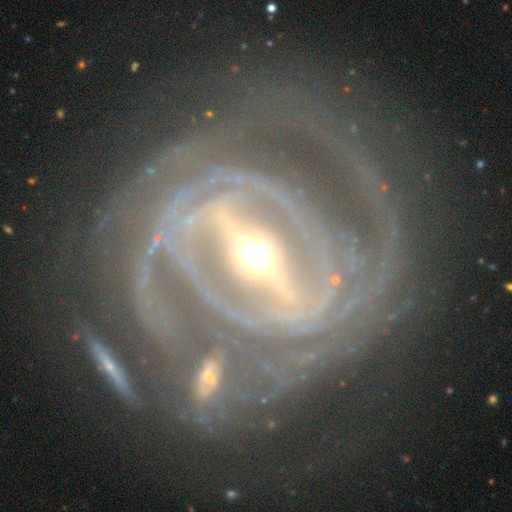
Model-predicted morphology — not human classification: type=featured or disk (92%); edge-on=no (94%); bar=strong (80%); spiral arms=yes (94%); winding=tight (69%); arm count=2 (24%, tied with can't tell); bulge=small (48%); merging=none (60%).